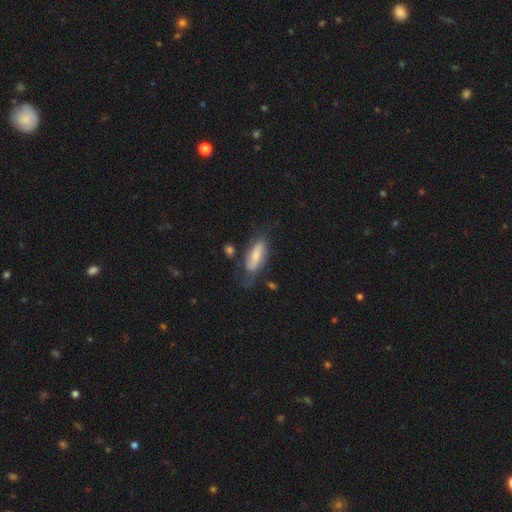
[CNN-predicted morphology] smooth-or-featured: smooth: 59% | featured or disk: 35% | star or artifact: 7%
  how-rounded: in between: 70% | cigar-shaped: 28% | round: 2%
  merging: none: 54% | minor disturbance: 26% | major disturbance: 15% | merger: 5%